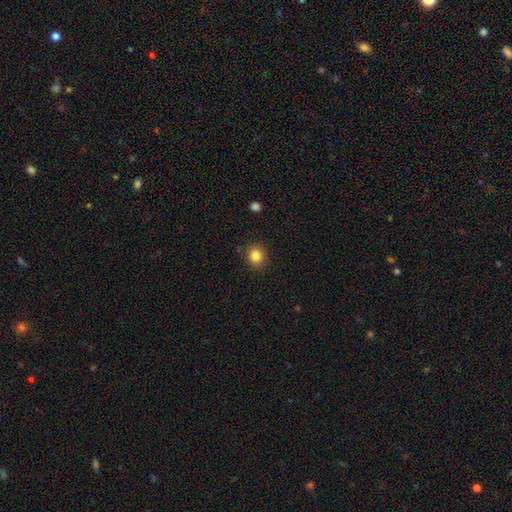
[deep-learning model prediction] Overall: smooth (84%). How rounded: round (83%). Merging: none (89%).